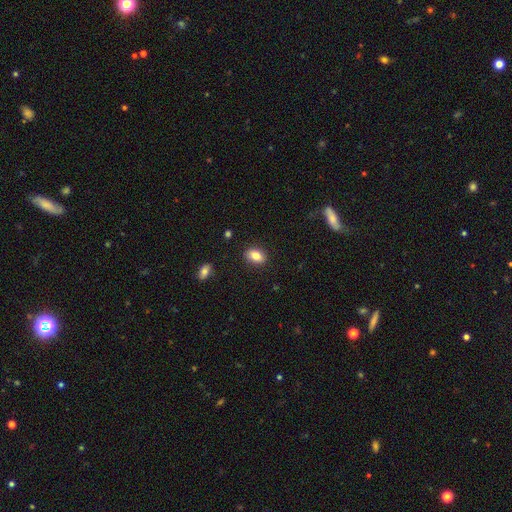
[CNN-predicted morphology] Smooth or featured? smooth (83%)
How rounded? in between (81%)
Merging? none (87%)